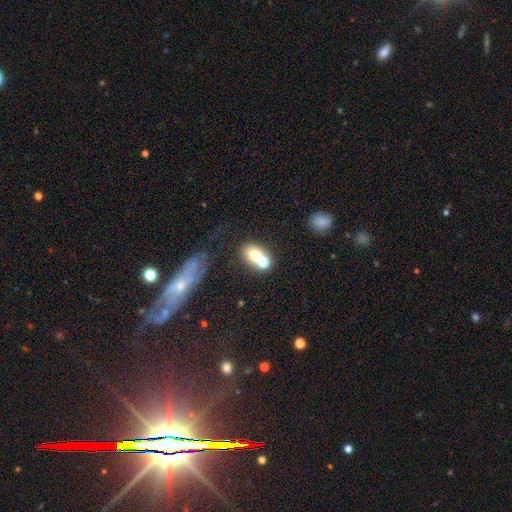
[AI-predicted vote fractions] Smooth or featured? smooth (66%)
How rounded? in between (54%)
Merging? merger (51%)